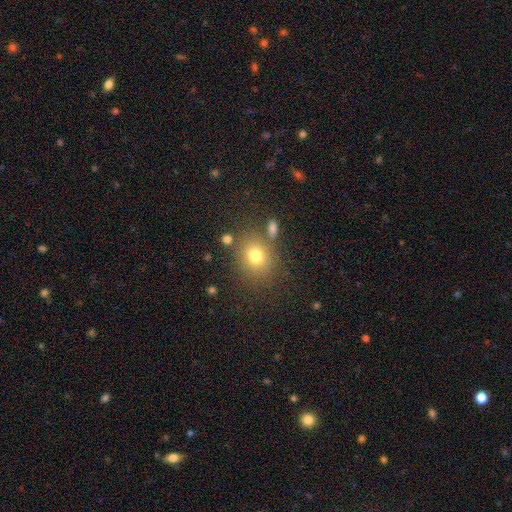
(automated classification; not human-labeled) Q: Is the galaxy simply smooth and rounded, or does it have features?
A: smooth — 76%.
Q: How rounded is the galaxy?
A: round — 69%.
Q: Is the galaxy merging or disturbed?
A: none — 76%.